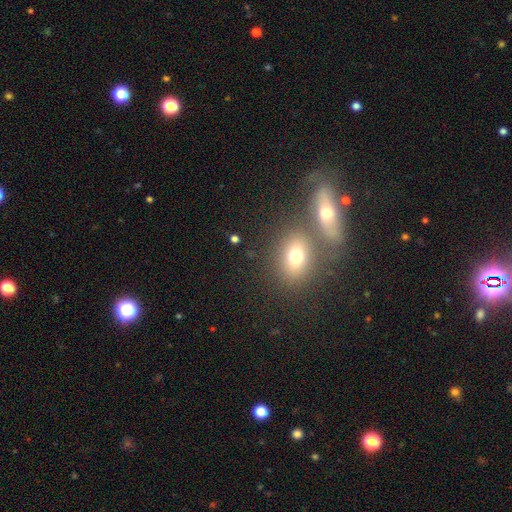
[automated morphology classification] This appears to be a smooth galaxy with no disk features (52%) that is in between round and cigar-shaped (58%). Merging: none (46%).